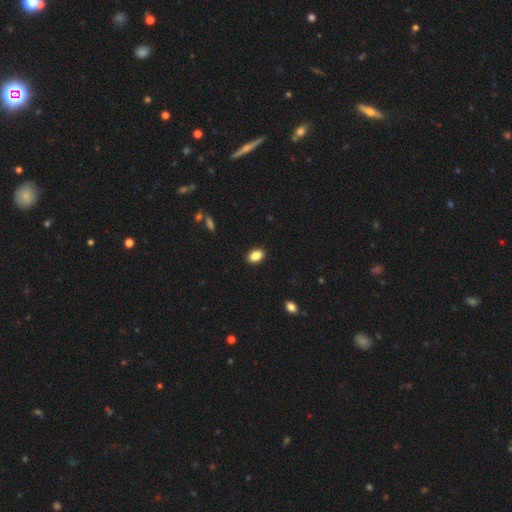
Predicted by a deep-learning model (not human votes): This is clearly a smooth galaxy (87%). How rounded: clearly in between (85%). Merging: clearly none (90%).